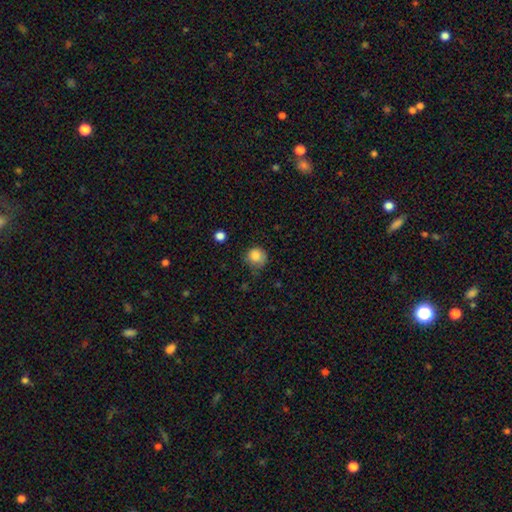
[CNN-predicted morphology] Overall: smooth (85%). How rounded: round (88%). Merging: none (65%; minor disturbance 26%).